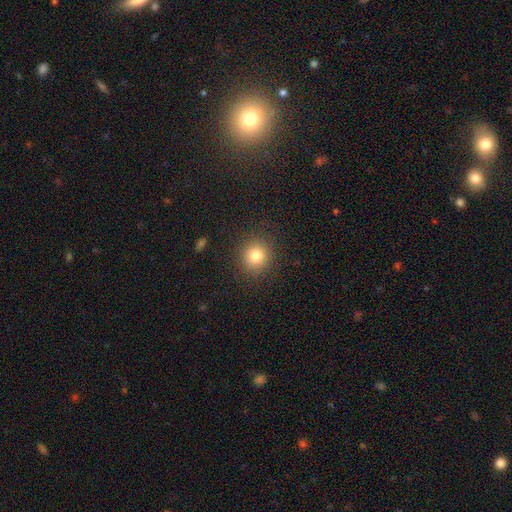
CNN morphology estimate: The model was most divided on "smooth or featured": smooth: 79%, star or artifact: 13%, featured or disk: 8%. More confident: how rounded — round (90%); merging — none (89%).